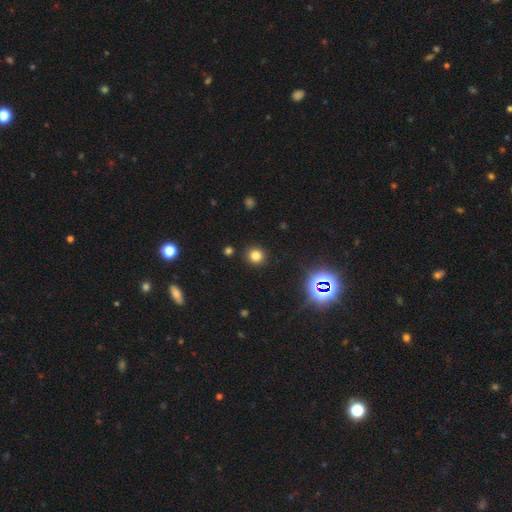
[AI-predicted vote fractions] Morphology: type=smooth (77%); roundness=round (91%); merging=none (91%).